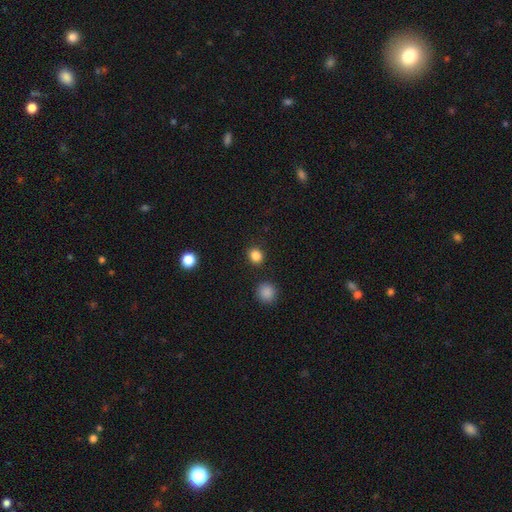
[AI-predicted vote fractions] A smooth galaxy with no disk features (85%) that is round (81%). Merging: none (88%).